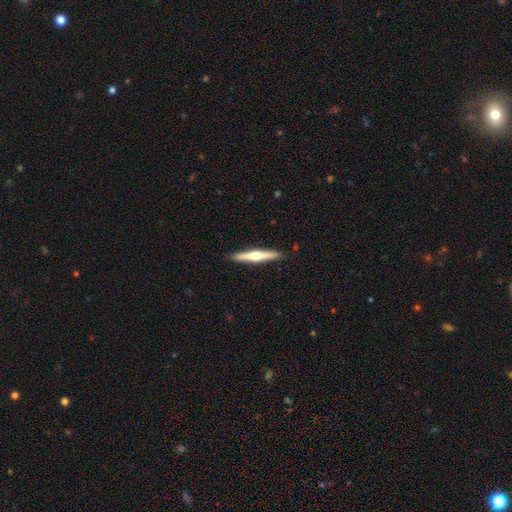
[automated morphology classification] A featured or disk galaxy (63%) viewed edge-on (98%) with a rounded central bulge (90%). Merging: none (91%).